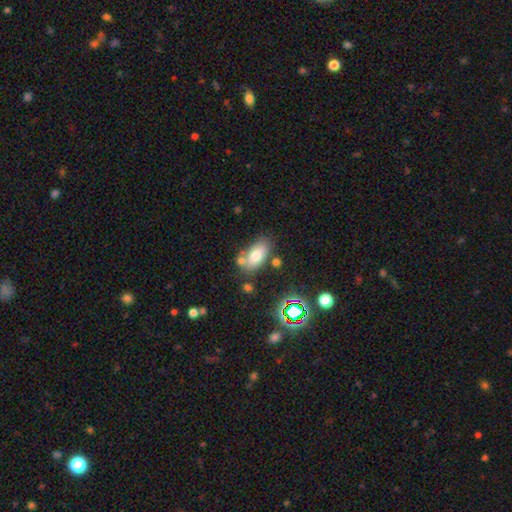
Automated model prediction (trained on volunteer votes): Smooth or featured: smooth — 75% (featured or disk — 15%)
How rounded: in between — 89% (round — 6%)
Merging: none — 64% (minor disturbance — 16%)